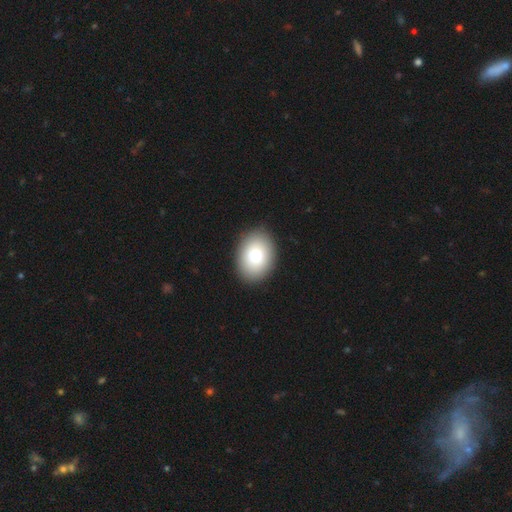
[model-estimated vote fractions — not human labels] Smooth or featured? Predicted: smooth (p=0.77). How rounded? Predicted: in between (p=0.65). Merging? Predicted: none (p=0.91).